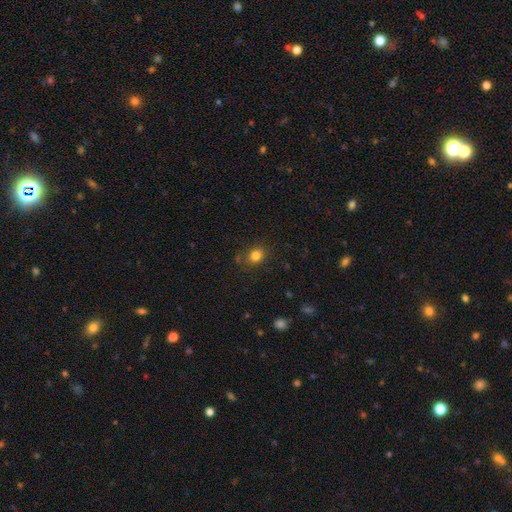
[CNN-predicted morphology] Smooth or featured? Predicted: smooth (p=0.81). How rounded? Predicted: round (p=0.67). Merging? Predicted: none (p=0.82).